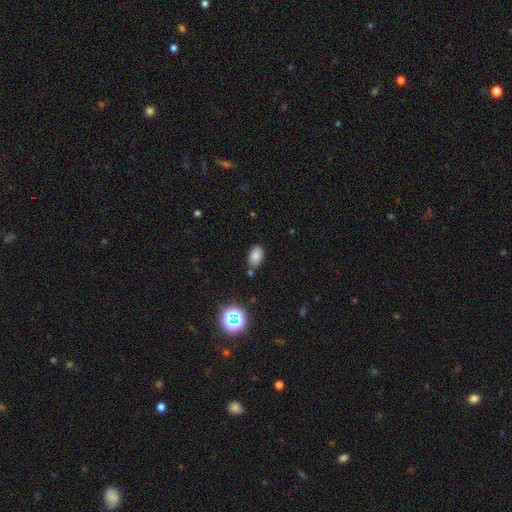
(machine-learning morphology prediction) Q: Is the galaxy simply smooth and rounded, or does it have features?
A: smooth — 79%.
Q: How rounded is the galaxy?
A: in between — 89%.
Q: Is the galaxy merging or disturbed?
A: none — 77%.